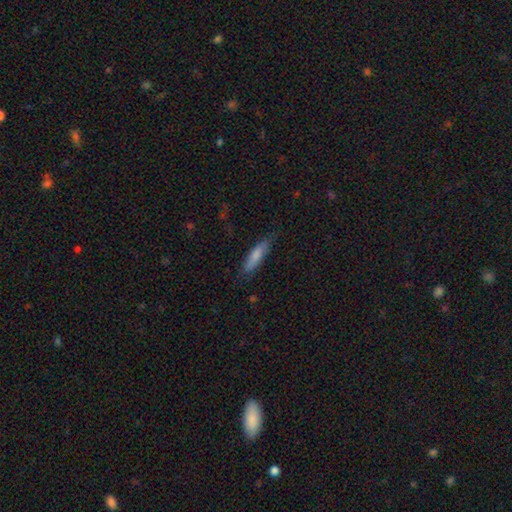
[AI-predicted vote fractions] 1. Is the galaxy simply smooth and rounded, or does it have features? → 77% smooth, 17% featured or disk, 6% star or artifact.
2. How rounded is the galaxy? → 72% cigar-shaped, 27% in between, 2% round.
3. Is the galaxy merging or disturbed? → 75% none, 19% minor disturbance, 5% major disturbance, 1% merger.